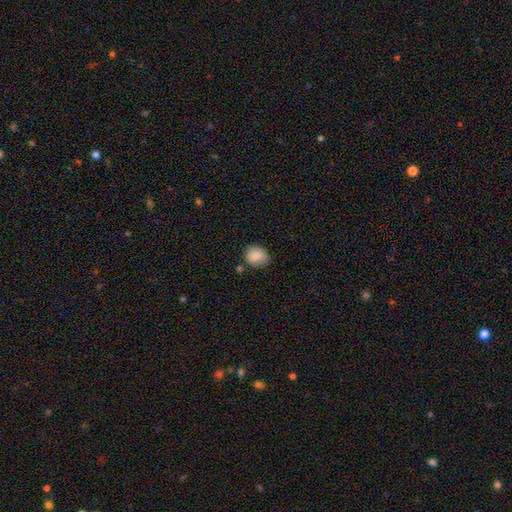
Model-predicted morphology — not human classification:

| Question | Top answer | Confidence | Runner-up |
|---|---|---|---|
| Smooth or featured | smooth | 84% | star or artifact (8%) |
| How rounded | round | 54% | in between (45%) |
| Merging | none | 68% | minor disturbance (23%) |